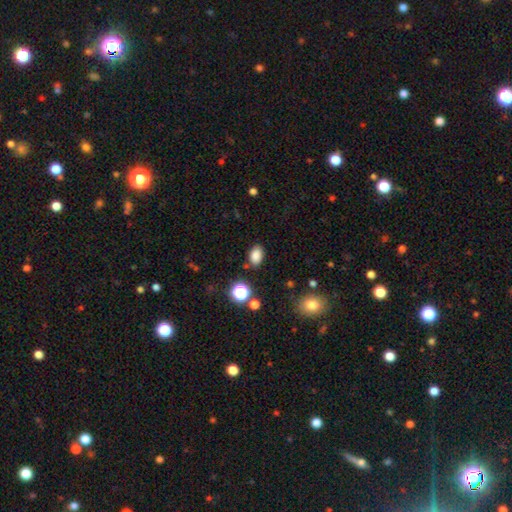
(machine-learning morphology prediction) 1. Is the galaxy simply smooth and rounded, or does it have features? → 82% smooth, 13% star or artifact, 5% featured or disk.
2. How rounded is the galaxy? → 82% in between, 17% round, 1% cigar-shaped.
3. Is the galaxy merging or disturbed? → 83% none, 11% minor disturbance, 3% major disturbance, 3% merger.